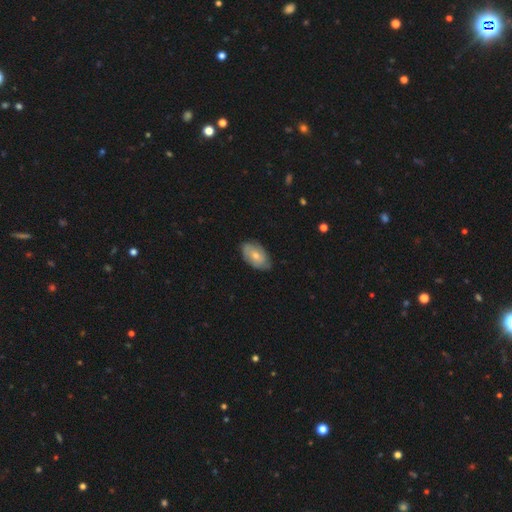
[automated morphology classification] smooth_or_featured: smooth (p=0.57) [alt: featured or disk p=0.37]
how_rounded: in between (p=0.92) [alt: round p=0.06]
merging: none (p=0.74) [alt: minor disturbance p=0.21]